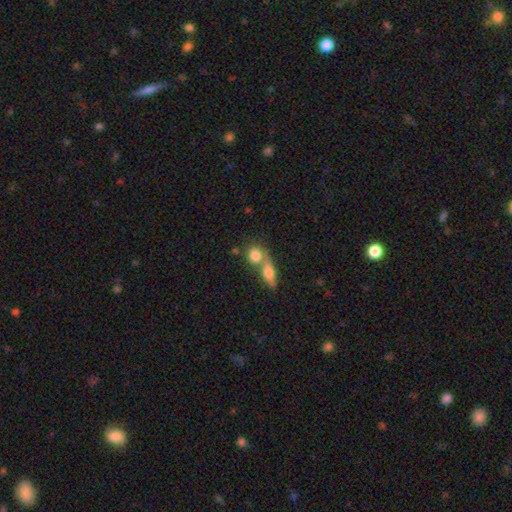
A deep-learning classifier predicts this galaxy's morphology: A smooth galaxy with no disk features (79%) that is round (64%).

Vote fractions:
- Smooth or featured? smooth: 79% / featured or disk: 13% / star or artifact: 8%
- How rounded? round: 64% / in between: 31% / cigar-shaped: 5%
- Merging? merger: 58% / none: 32% / minor disturbance: 7% / major disturbance: 4%